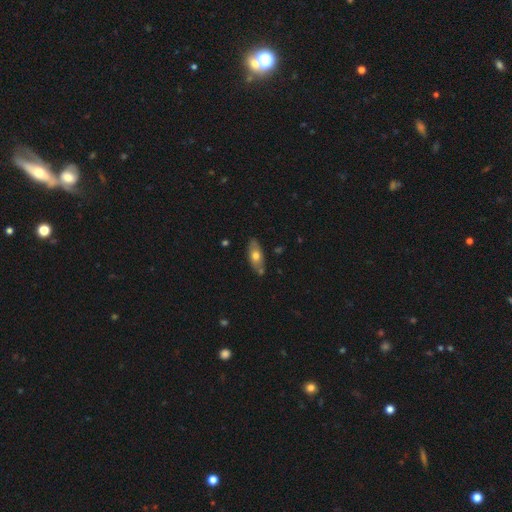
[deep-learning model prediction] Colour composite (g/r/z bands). It shows a smooth galaxy with no disk features (61%) that is in between round and cigar-shaped (81%). Merging: none (77%).